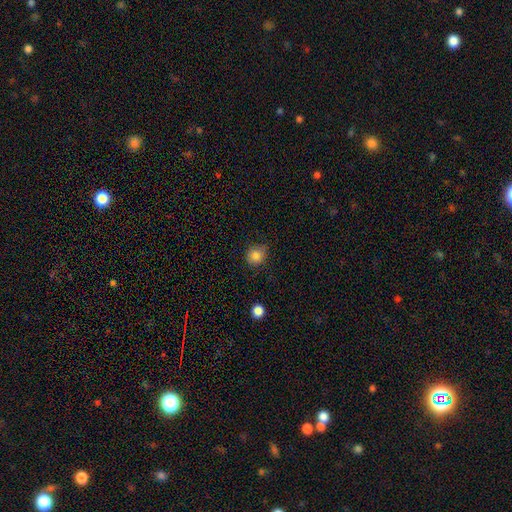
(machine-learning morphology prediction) Smooth or featured?
  - smooth: 85% *
  - star or artifact: 11%
  - featured or disk: 5%
How rounded?
  - round: 83% *
  - in between: 16%
  - cigar-shaped: 1%
Merging?
  - none: 78% *
  - minor disturbance: 18%
  - major disturbance: 3%
  - merger: 2%